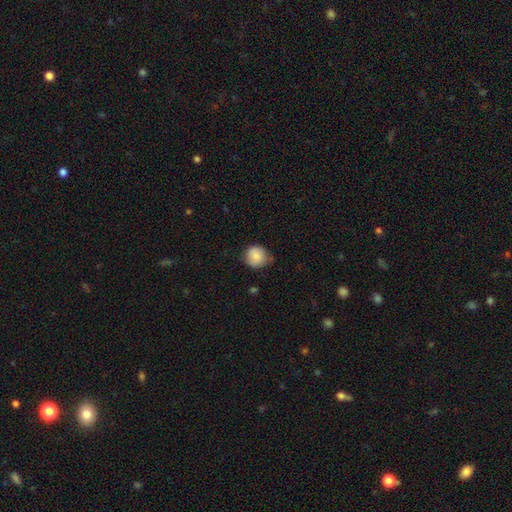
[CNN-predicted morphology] smooth_or_featured: smooth (p=0.85) [alt: star or artifact p=0.08]
how_rounded: round (p=0.88) [alt: in between p=0.11]
merging: none (p=0.69) [alt: minor disturbance p=0.25]